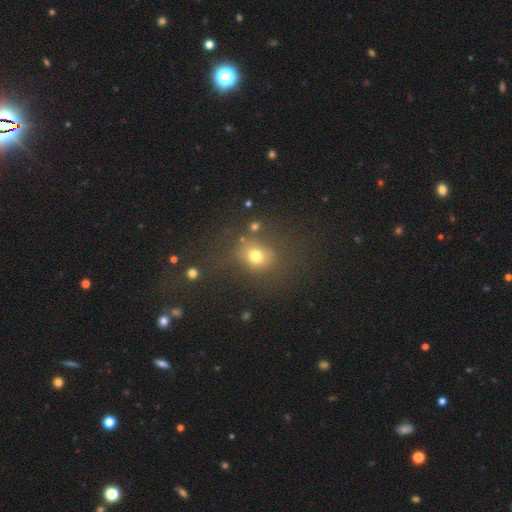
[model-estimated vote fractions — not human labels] Smooth or featured? Predicted: smooth (p=0.72). How rounded? Predicted: round (p=0.67). Merging? Predicted: none (p=0.71).